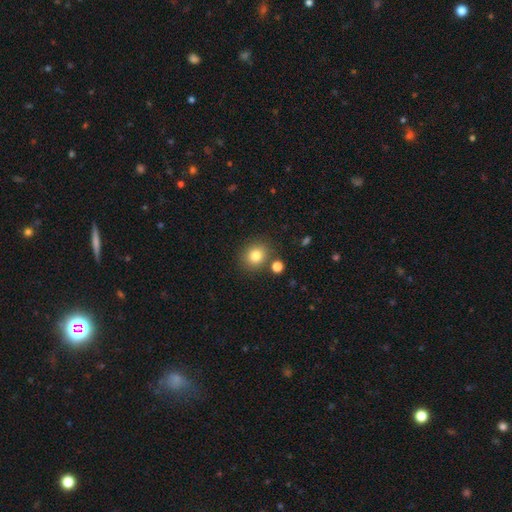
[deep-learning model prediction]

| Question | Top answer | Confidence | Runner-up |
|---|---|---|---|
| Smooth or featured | smooth | 82% | star or artifact (11%) |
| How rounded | round | 79% | in between (20%) |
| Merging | none | 81% | minor disturbance (9%) |